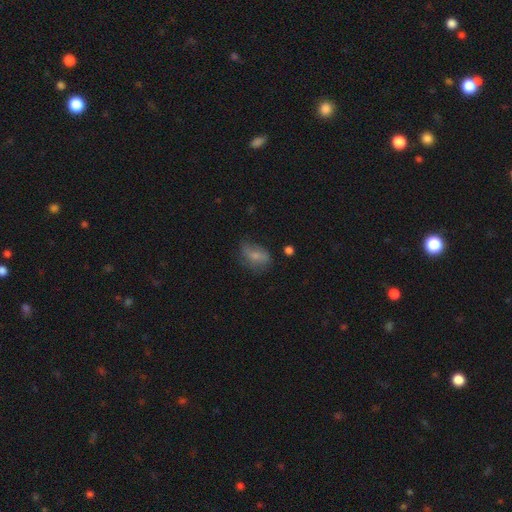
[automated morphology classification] The model was most divided on "merging": none: 45%, minor disturbance: 33%, major disturbance: 19%, merger: 2%. More confident: how rounded — in between (82%); smooth or featured — smooth (62%).